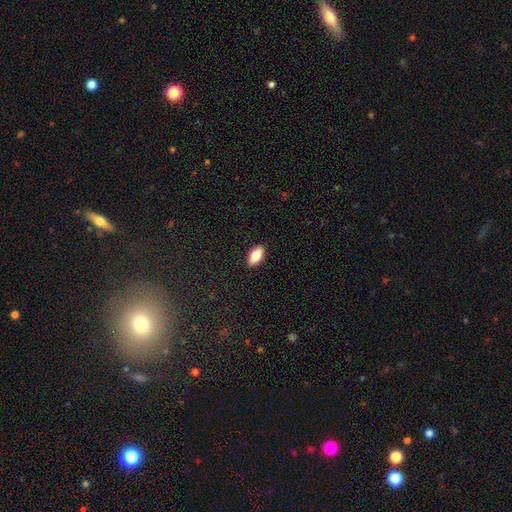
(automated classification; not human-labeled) smooth-or-featured: smooth: 81% | featured or disk: 12% | star or artifact: 7%
  how-rounded: in between: 91% | cigar-shaped: 6% | round: 3%
  merging: none: 90% | minor disturbance: 7% | major disturbance: 2% | merger: 1%